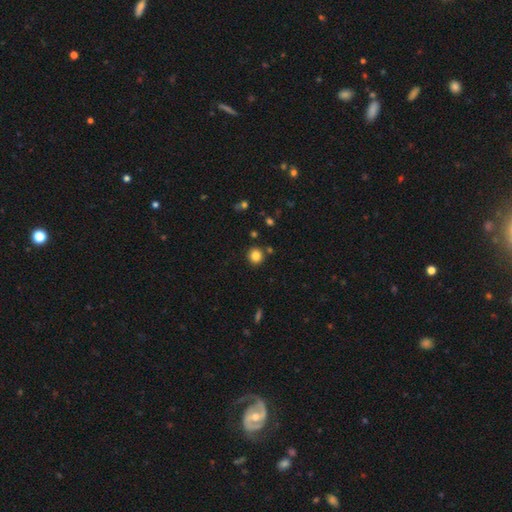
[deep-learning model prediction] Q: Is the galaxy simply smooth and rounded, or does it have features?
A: smooth — 83%.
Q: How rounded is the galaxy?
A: round — 90%.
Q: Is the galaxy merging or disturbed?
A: none — 87%.